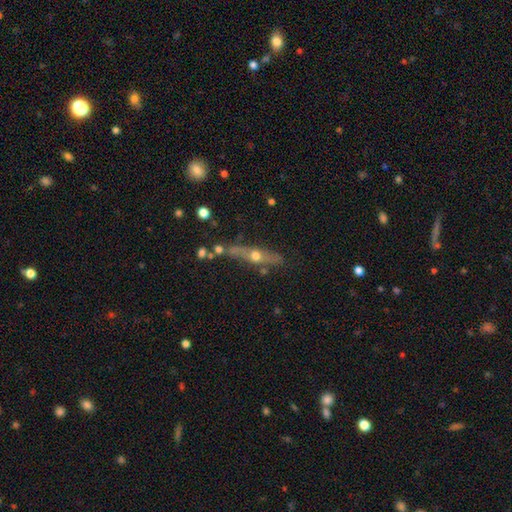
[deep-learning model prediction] This appears to be a featured or disk galaxy (60%) viewed edge-on (82%). Merging: none (68%).